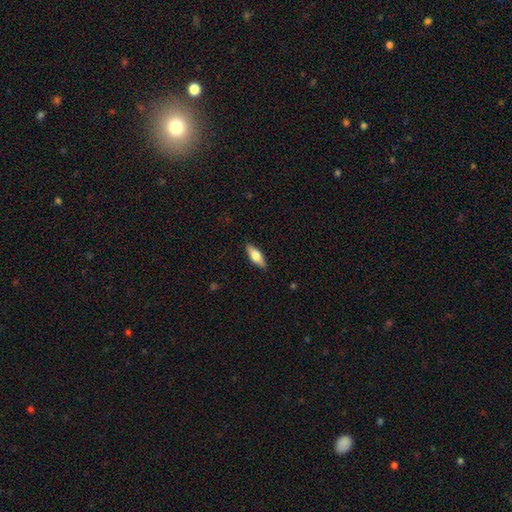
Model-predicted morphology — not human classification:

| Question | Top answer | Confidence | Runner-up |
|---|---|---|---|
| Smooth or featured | smooth | 59% | featured or disk (35%) |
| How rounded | in between | 59% | cigar-shaped (39%) |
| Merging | none | 88% | minor disturbance (9%) |